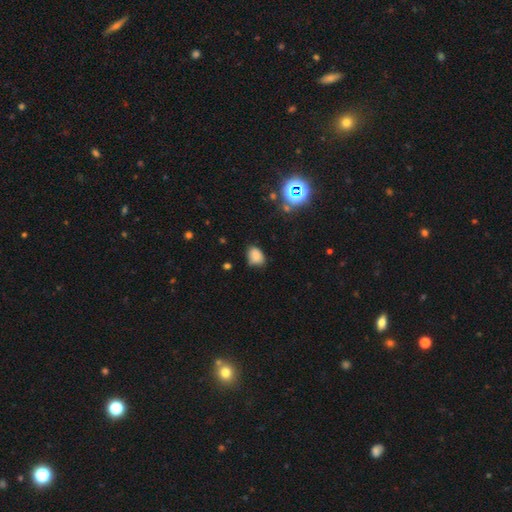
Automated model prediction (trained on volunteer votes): Smooth or featured? smooth (80%)
How rounded? in between (71%)
Merging? none (67%)